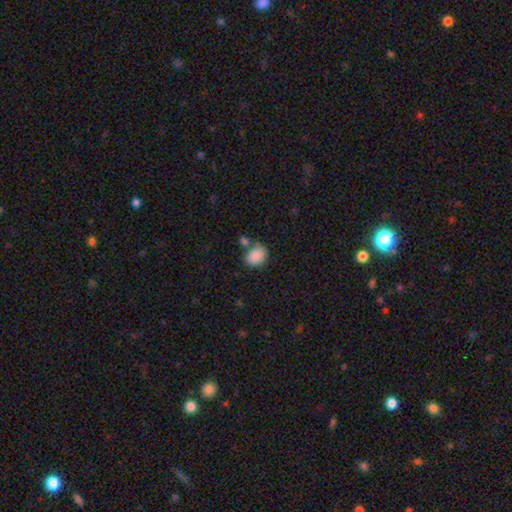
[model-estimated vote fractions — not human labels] Smooth or featured? Predicted: smooth (p=0.87). How rounded? Predicted: in between (p=0.50). Merging? Predicted: none (p=0.59).